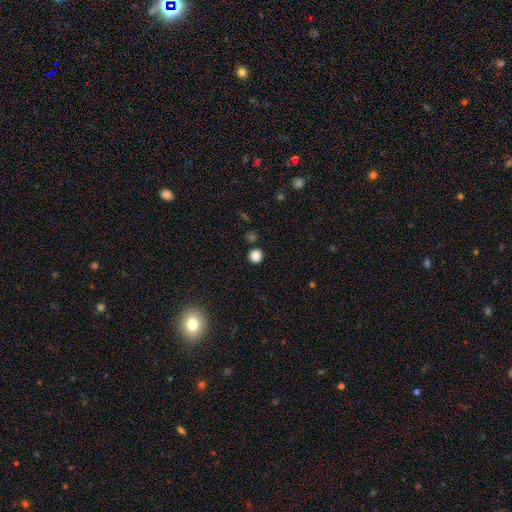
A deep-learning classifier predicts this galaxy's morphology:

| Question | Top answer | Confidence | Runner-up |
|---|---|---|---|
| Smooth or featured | smooth | 85% | star or artifact (12%) |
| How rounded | round | 93% | in between (6%) |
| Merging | none | 89% | minor disturbance (6%) |